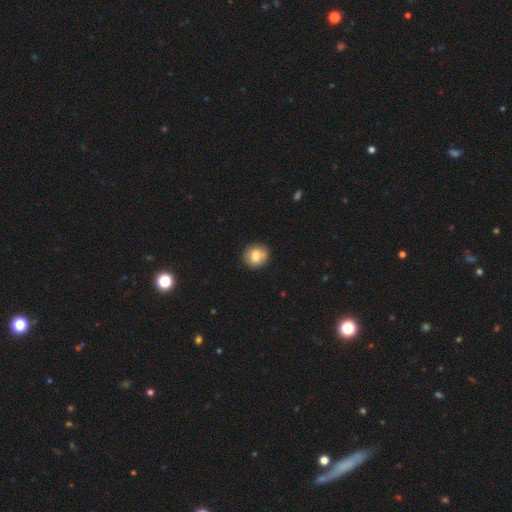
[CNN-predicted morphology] Smooth or featured? smooth (77%)
How rounded? round (87%)
Merging? none (88%)